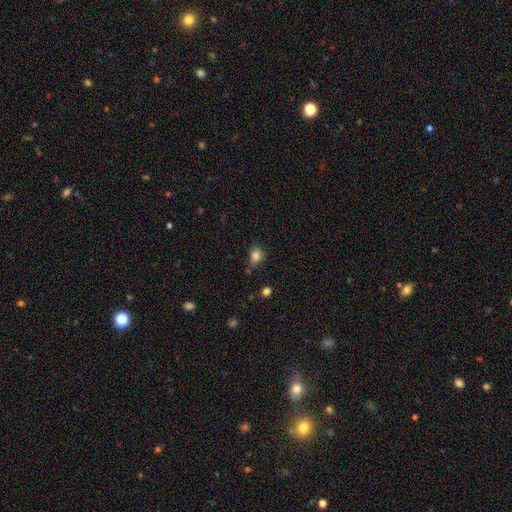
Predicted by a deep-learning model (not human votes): The model was most divided on "how rounded": in between: 57%, round: 42%, cigar-shaped: 2%. More confident: smooth or featured — smooth (82%); merging — none (63%).